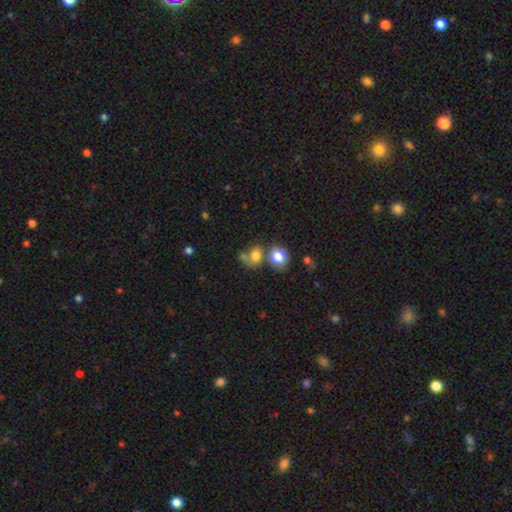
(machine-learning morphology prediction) Smooth or featured? Predicted: smooth (p=0.74). How rounded? Predicted: round (p=0.56). Merging? Predicted: merger (p=0.43).